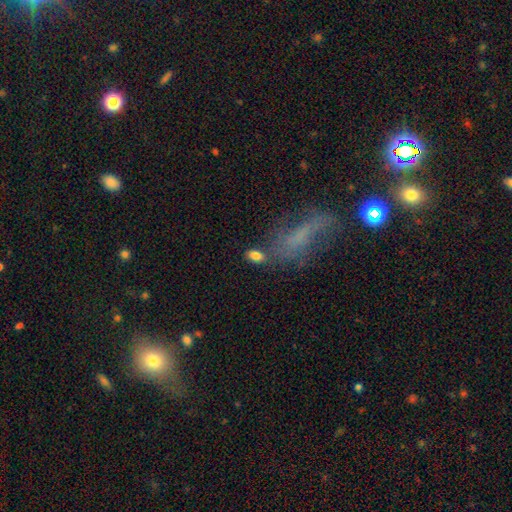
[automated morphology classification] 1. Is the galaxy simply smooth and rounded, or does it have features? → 83% smooth, 9% star or artifact, 8% featured or disk.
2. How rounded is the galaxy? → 90% in between, 6% round, 4% cigar-shaped.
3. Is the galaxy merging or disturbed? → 70% none, 14% minor disturbance, 9% merger, 7% major disturbance.